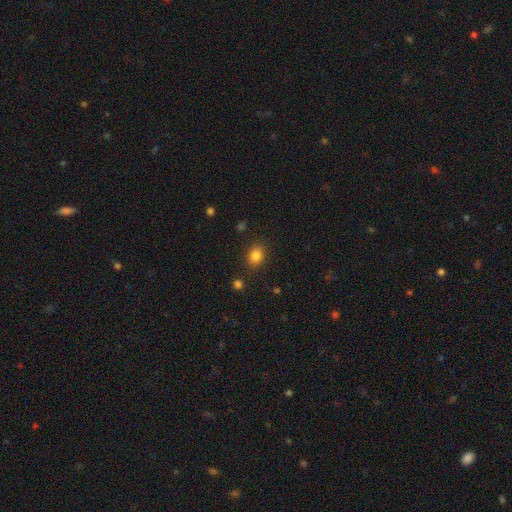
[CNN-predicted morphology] smooth-or-featured: smooth: 83% | star or artifact: 11% | featured or disk: 6%
  how-rounded: in between: 50% | round: 49% | cigar-shaped: 1%
  merging: none: 85% | minor disturbance: 10% | major disturbance: 3% | merger: 2%